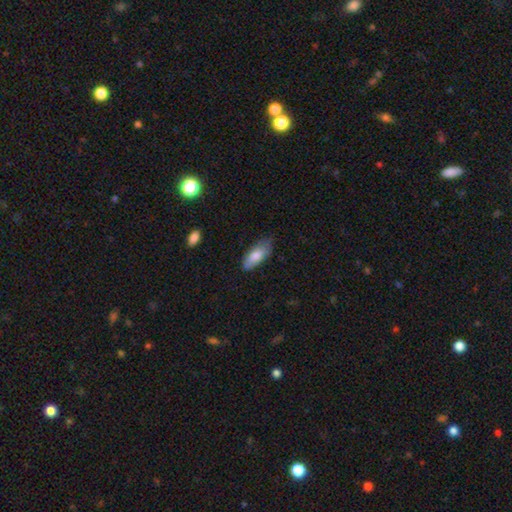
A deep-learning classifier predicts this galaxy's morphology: This is likely a smooth galaxy (79%). How rounded: clearly in between (81%). Merging: likely none (63%).